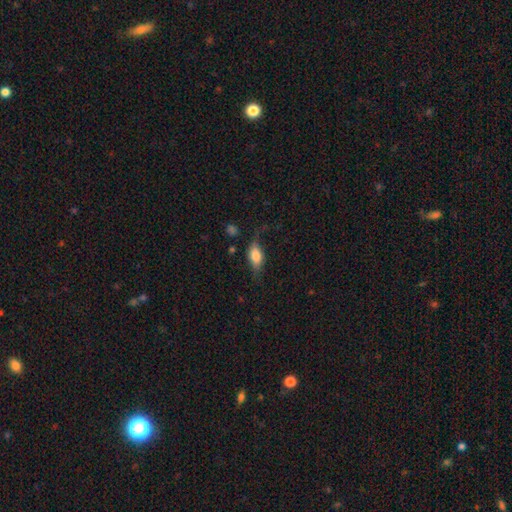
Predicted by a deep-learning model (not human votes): This is likely a smooth galaxy (64%). How rounded: clearly in between (84%). Merging: possibly none (54%).